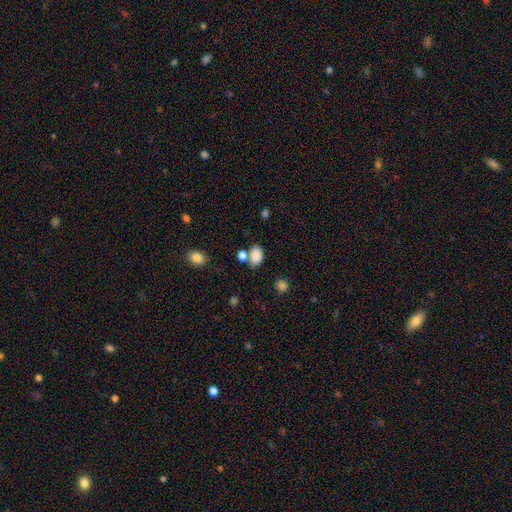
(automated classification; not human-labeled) smooth_or_featured: smooth (p=0.85) [alt: star or artifact p=0.09]
how_rounded: in between (p=0.83) [alt: round p=0.16]
merging: none (p=0.61) [alt: merger p=0.20]